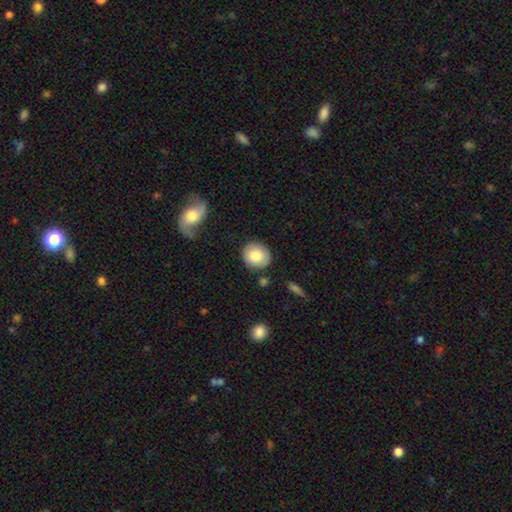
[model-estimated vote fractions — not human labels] Overall: smooth (81%). How rounded: round (80%). Merging: none (84%).